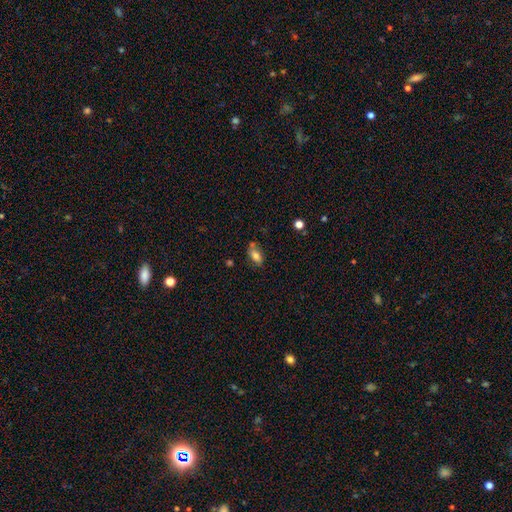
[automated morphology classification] A smooth galaxy with no disk features (76%) that is in between round and cigar-shaped (86%). Merging: none (61%).